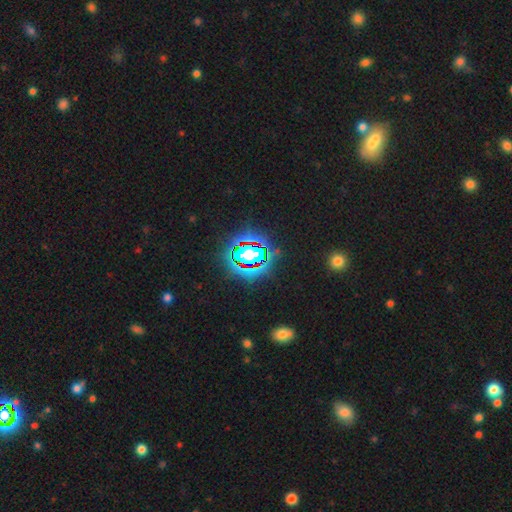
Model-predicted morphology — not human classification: The model was most divided on "smooth or featured": star or artifact: 80%, smooth: 11%, featured or disk: 8%.